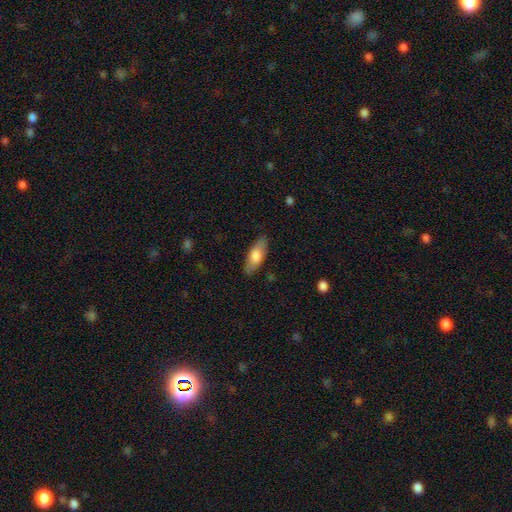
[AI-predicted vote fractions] This appears to be a smooth galaxy with no disk features (71%) that is in between round and cigar-shaped (72%). Merging: none (85%).